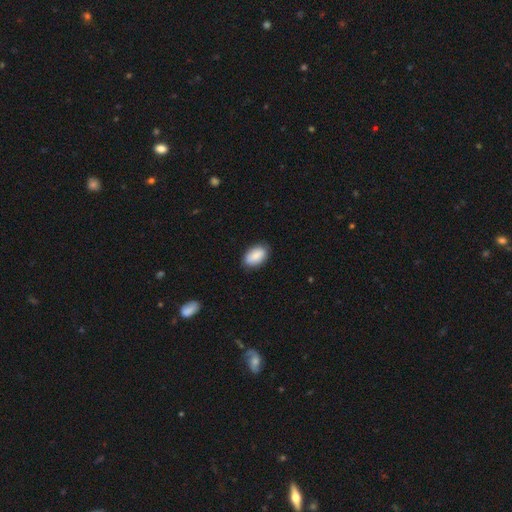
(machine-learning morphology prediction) smooth-or-featured: smooth: 88% | star or artifact: 6% | featured or disk: 5%
  how-rounded: in between: 93% | round: 5% | cigar-shaped: 2%
  merging: none: 85% | minor disturbance: 11% | major disturbance: 2% | merger: 1%